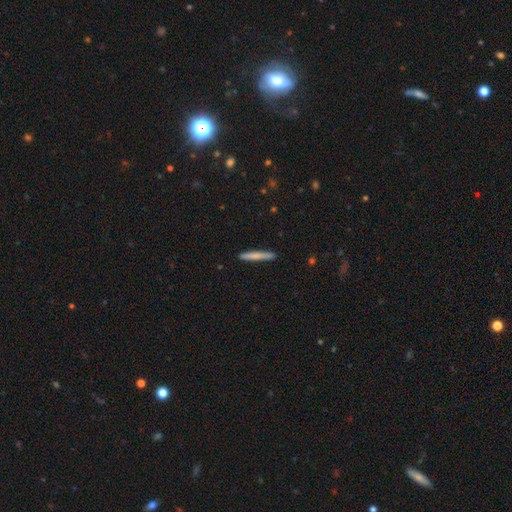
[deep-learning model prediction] Smooth or featured?
  - smooth: 73% *
  - featured or disk: 21%
  - star or artifact: 5%
How rounded?
  - cigar-shaped: 96% *
  - in between: 3%
  - round: 1%
Merging?
  - none: 91% *
  - minor disturbance: 6%
  - major disturbance: 1%
  - merger: 1%